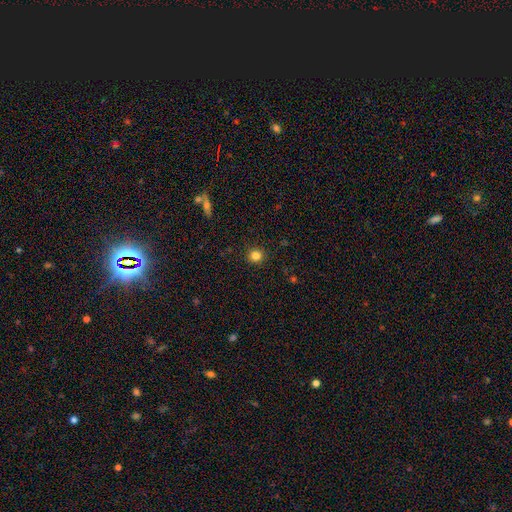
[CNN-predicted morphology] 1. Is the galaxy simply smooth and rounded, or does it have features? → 83% smooth, 12% star or artifact, 5% featured or disk.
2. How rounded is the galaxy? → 90% round, 9% in between, 1% cigar-shaped.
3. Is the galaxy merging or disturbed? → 92% none, 5% minor disturbance, 2% major disturbance, 1% merger.